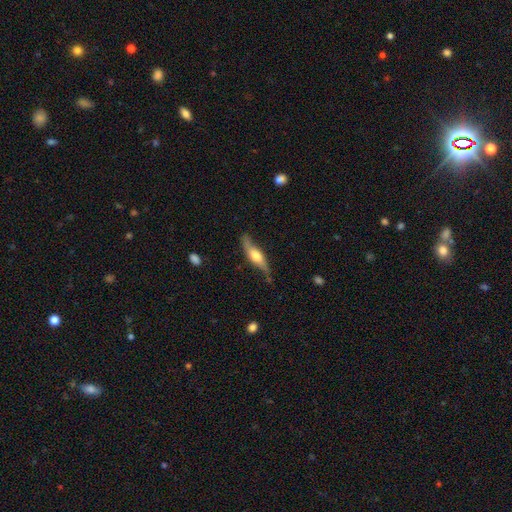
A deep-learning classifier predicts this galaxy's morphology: smooth_or_featured: featured or disk (p=0.61) [alt: smooth p=0.34]
disk_edge_on: yes (p=0.70) [alt: no p=0.30]
merging: none (p=0.68) [alt: minor disturbance p=0.23]